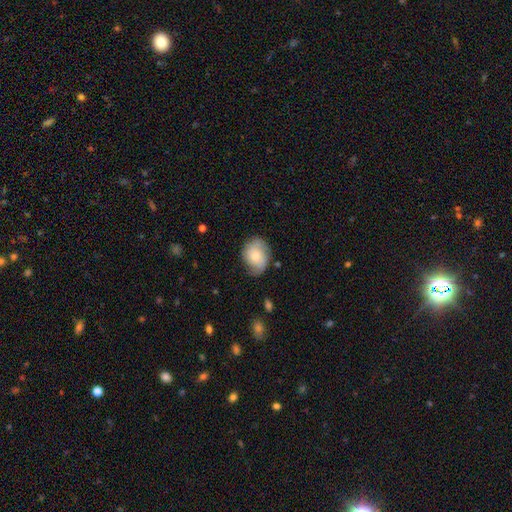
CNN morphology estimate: type=smooth (59%); roundness=in between (55%); merging=none (64%).